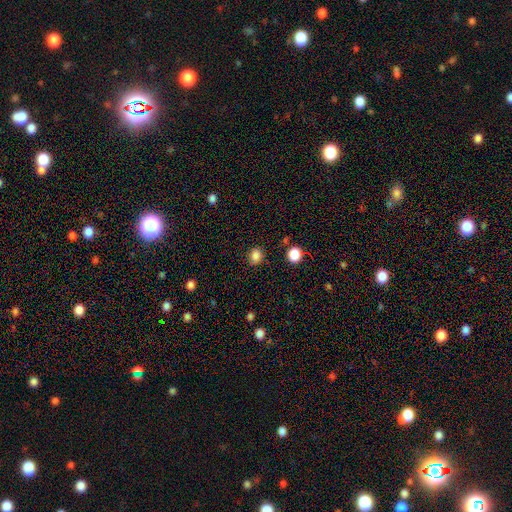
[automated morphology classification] Smooth or featured?
  - smooth: 85% *
  - star or artifact: 12%
  - featured or disk: 4%
How rounded?
  - round: 63% *
  - in between: 36%
  - cigar-shaped: 1%
Merging?
  - none: 87% *
  - minor disturbance: 8%
  - major disturbance: 3%
  - merger: 2%